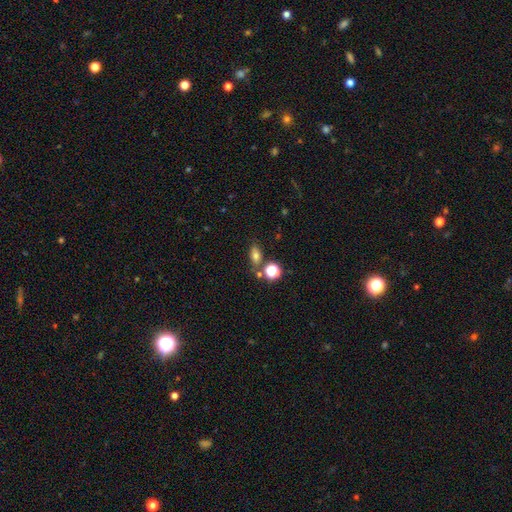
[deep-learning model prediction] Smooth or featured?
  - smooth: 72% *
  - star or artifact: 17%
  - featured or disk: 11%
How rounded?
  - in between: 73% *
  - round: 22%
  - cigar-shaped: 5%
Merging?
  - none: 69% *
  - merger: 14%
  - minor disturbance: 12%
  - major disturbance: 4%